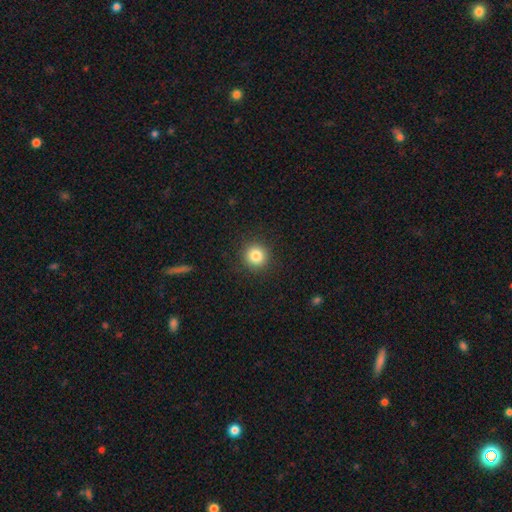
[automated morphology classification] A smooth galaxy with no disk features (83%) that is round (94%). Merging: none (91%).